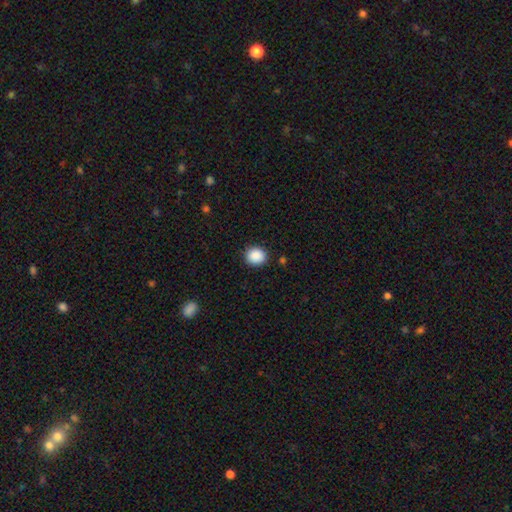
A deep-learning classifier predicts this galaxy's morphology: Smooth or featured?
  - smooth: 89% *
  - star or artifact: 8%
  - featured or disk: 3%
How rounded?
  - round: 78% *
  - in between: 21%
  - cigar-shaped: 1%
Merging?
  - none: 90% *
  - minor disturbance: 7%
  - major disturbance: 2%
  - merger: 1%